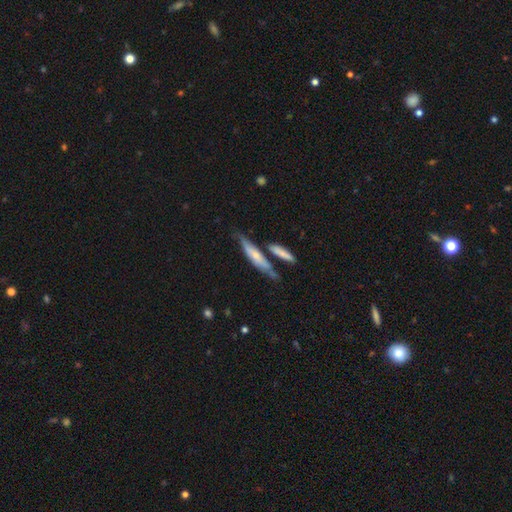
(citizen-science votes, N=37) smooth_or_featured: smooth (p=0.65) [alt: featured or disk p=0.32]
how_rounded: cigar-shaped (p=0.88) [alt: in between p=0.12]
merging: none (p=0.58) [alt: minor disturbance p=0.31]